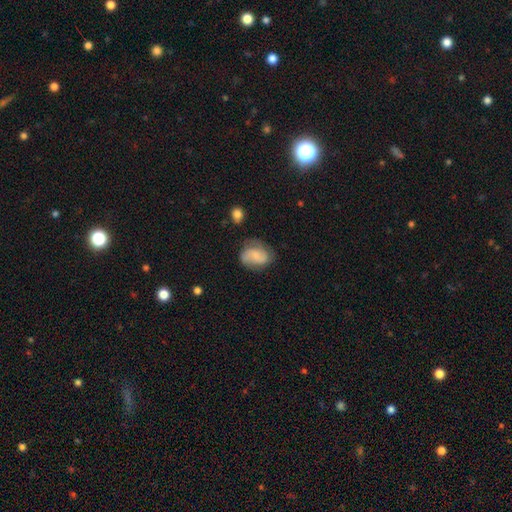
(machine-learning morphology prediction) This appears to be a smooth galaxy with no disk features (48%). Merging: none (59%).